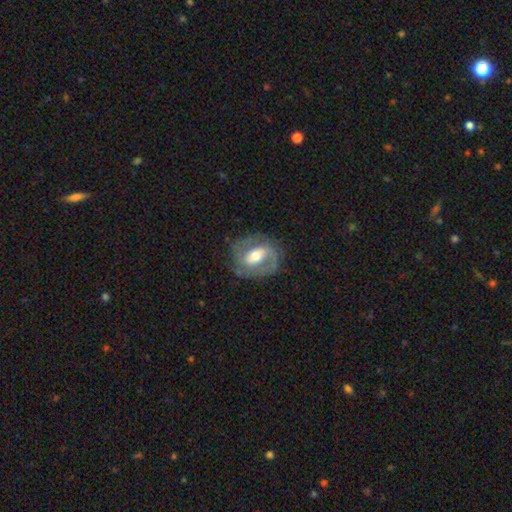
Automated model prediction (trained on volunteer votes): Overall: featured or disk (78%). Edge-on disk: no (96%). Bar: weak (44%; strong 32%). Spiral arms: yes (86%). Spiral arm count: 2 (84%). Spiral winding: medium (49%; tight 29%). Bulge size: moderate (70%). Merging: none (75%).